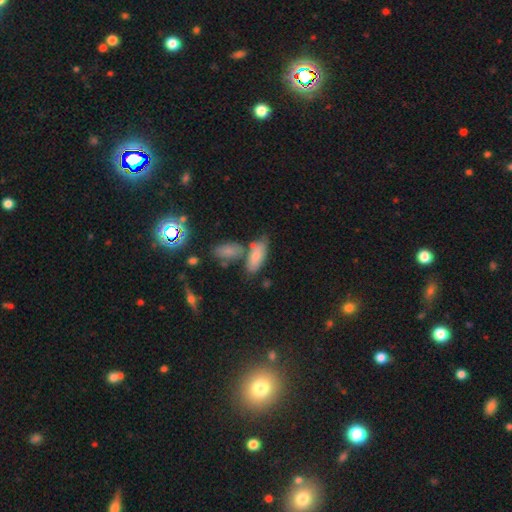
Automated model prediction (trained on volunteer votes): Smooth or featured?
  - smooth: 78% *
  - featured or disk: 16%
  - star or artifact: 7%
How rounded?
  - in between: 81% *
  - cigar-shaped: 16%
  - round: 3%
Merging?
  - none: 54% *
  - merger: 26%
  - minor disturbance: 15%
  - major disturbance: 5%